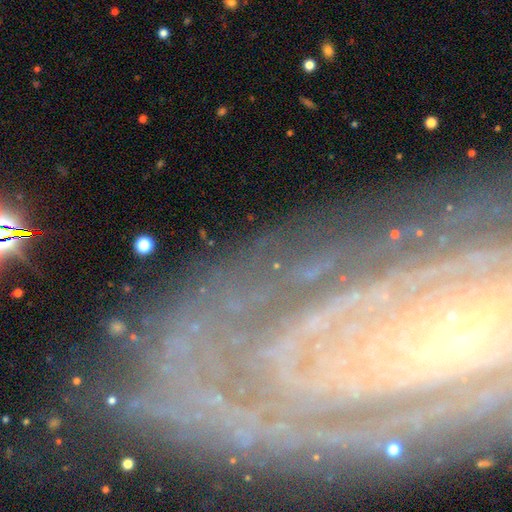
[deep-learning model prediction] This appears to be a featured or disk galaxy (73%) with no bar (55%), tight (83%) spiral arms (91%) and a small central bulge (68%). Merging: none (78%).